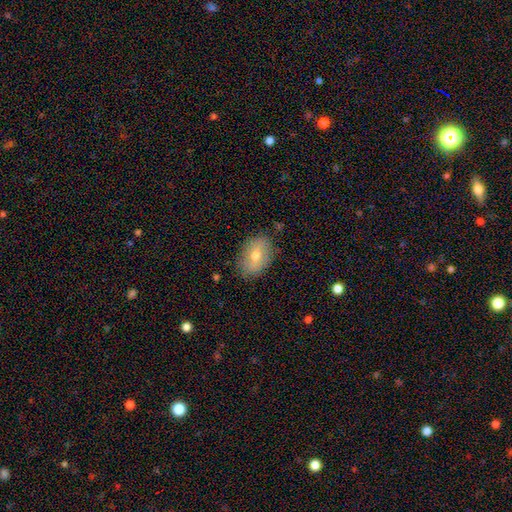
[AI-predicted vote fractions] Q: Smooth or featured?
A: smooth (68%); runner-up: featured or disk (23%)
Q: How rounded?
A: in between (83%); runner-up: round (16%)
Q: Merging?
A: none (83%); runner-up: minor disturbance (13%)